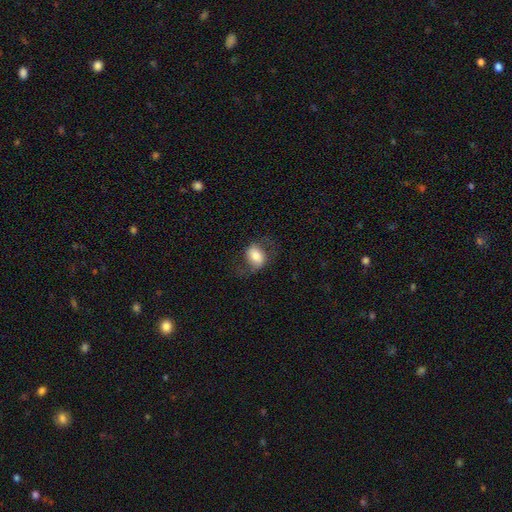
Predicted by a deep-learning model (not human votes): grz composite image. It shows a smooth galaxy with no disk features (54%) that is in between round and cigar-shaped (72%). Merging: none (63%).